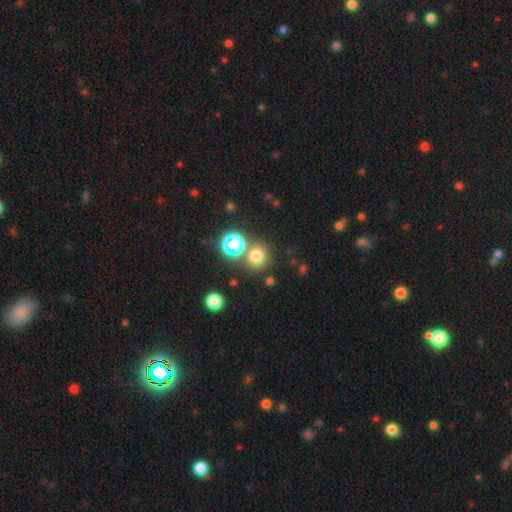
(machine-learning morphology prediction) type=smooth (69%); roundness=round (89%); merging=none (72%).